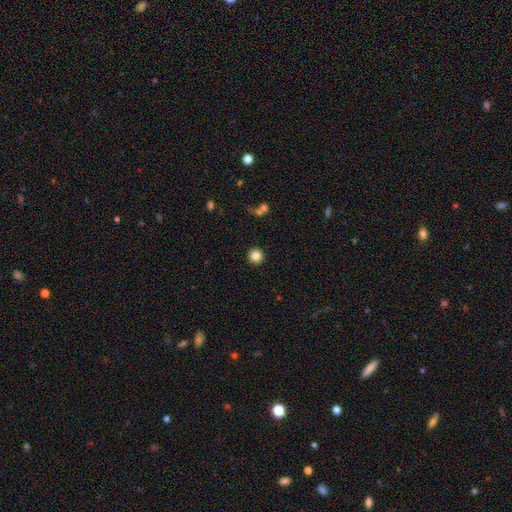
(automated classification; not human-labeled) Smooth or featured?
  - smooth: 83% *
  - star or artifact: 11%
  - featured or disk: 6%
How rounded?
  - round: 95% *
  - in between: 4%
  - cigar-shaped: 1%
Merging?
  - none: 92% *
  - minor disturbance: 5%
  - major disturbance: 2%
  - merger: 2%